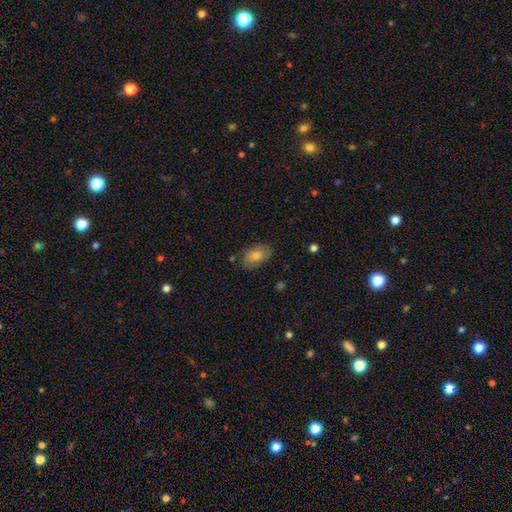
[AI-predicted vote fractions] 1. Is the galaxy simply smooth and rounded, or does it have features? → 71% smooth, 19% featured or disk, 11% star or artifact.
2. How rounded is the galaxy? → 89% in between, 9% round, 2% cigar-shaped.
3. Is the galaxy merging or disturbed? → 83% none, 13% minor disturbance, 3% major disturbance, 1% merger.